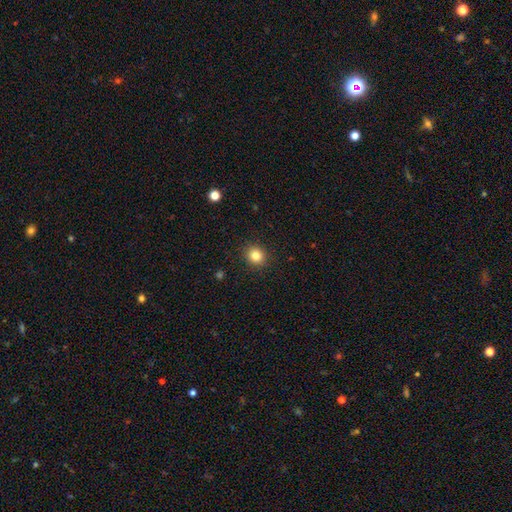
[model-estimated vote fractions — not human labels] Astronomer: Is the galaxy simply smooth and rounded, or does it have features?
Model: smooth — 83%.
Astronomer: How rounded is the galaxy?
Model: round — 86%.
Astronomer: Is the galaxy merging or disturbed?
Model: none — 91%.